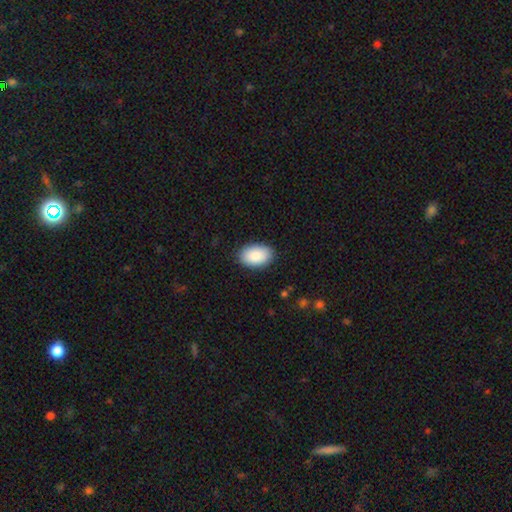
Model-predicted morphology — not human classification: smooth_or_featured: smooth (p=0.89) [alt: star or artifact p=0.06]
how_rounded: in between (p=0.92) [alt: round p=0.07]
merging: none (p=0.88) [alt: minor disturbance p=0.09]